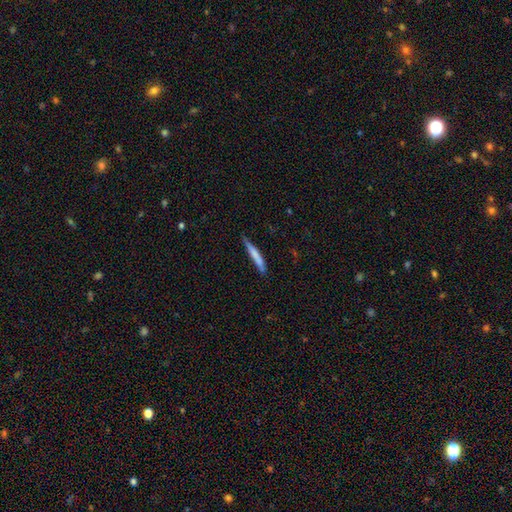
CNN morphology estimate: A smooth galaxy with no disk features (68%) that is cigar-shaped (94%). Merging: none (72%).